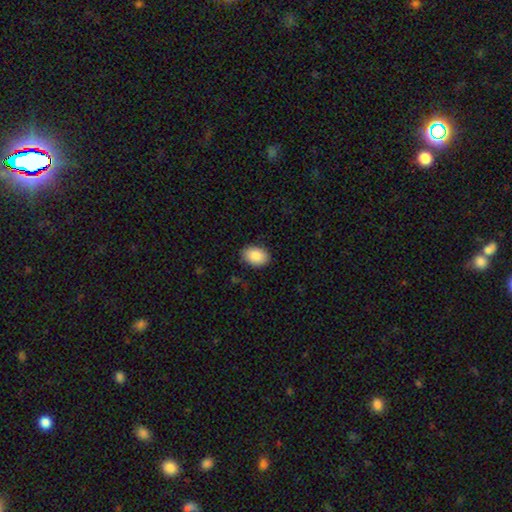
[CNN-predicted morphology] Q: Smooth or featured?
A: smooth (89%); runner-up: star or artifact (6%)
Q: How rounded?
A: in between (84%); runner-up: round (15%)
Q: Merging?
A: none (88%); runner-up: minor disturbance (9%)